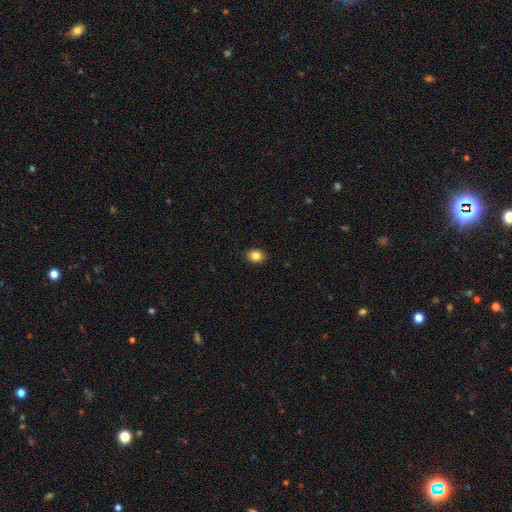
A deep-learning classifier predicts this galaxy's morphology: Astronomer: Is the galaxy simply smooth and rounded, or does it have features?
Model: smooth — 83%.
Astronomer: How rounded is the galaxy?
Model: in between — 52% (runner-up: round, 47%).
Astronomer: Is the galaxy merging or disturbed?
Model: none — 91%.